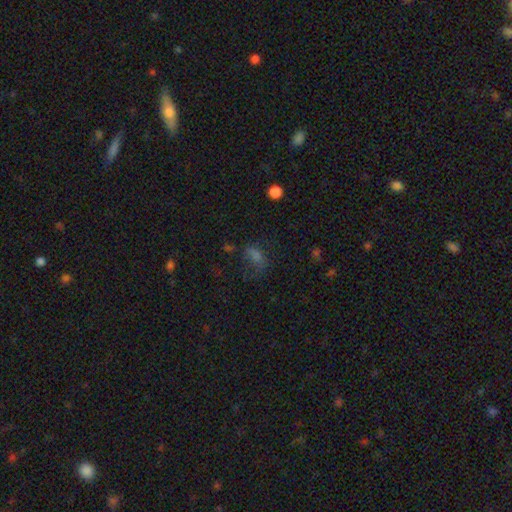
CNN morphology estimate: A smooth galaxy with no disk features (53%) that is in between round and cigar-shaped (76%). Merging: none (50%).